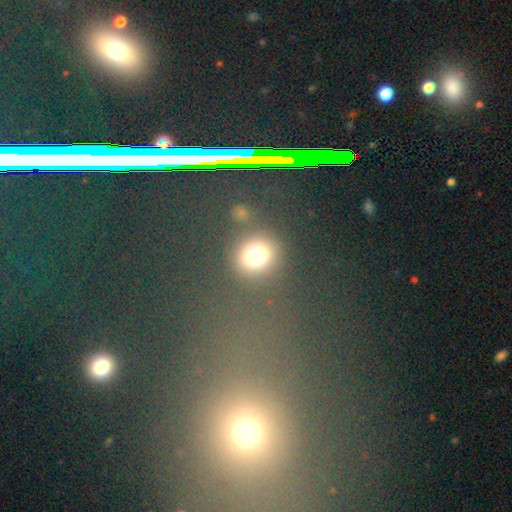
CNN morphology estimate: smooth-or-featured: smooth: 73% | star or artifact: 19% | featured or disk: 8%
  how-rounded: round: 84% | in between: 15% | cigar-shaped: 1%
  merging: none: 75% | minor disturbance: 11% | major disturbance: 7% | merger: 7%